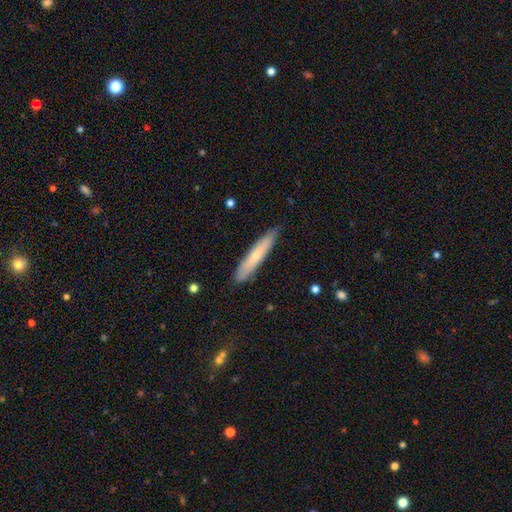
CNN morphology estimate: type=smooth (61%); roundness=cigar-shaped (91%); merging=none (83%).